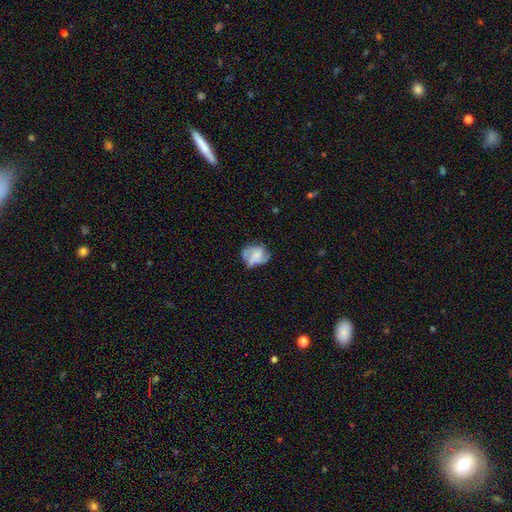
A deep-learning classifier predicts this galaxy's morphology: Smooth or featured?
  - featured or disk: 53% *
  - smooth: 38%
  - star or artifact: 9%
Edge-on disk?
  - no: 97% *
  - yes: 3%
Bar?
  - no: 72% *
  - weak: 23%
  - strong: 6%
Spiral arms?
  - yes: 72% *
  - no: 28%
Bulge size?
  - none: 38% *
  - small: 23%
  - moderate: 22%
  - large: 14%
  - dominant: 3%
Merging?
  - none: 47% *
  - minor disturbance: 27%
  - major disturbance: 22%
  - merger: 4%